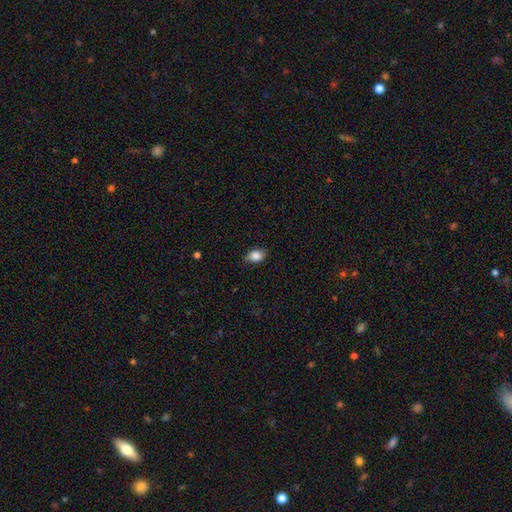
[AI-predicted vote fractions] Smooth or featured? smooth (86%)
How rounded? in between (86%)
Merging? none (86%)